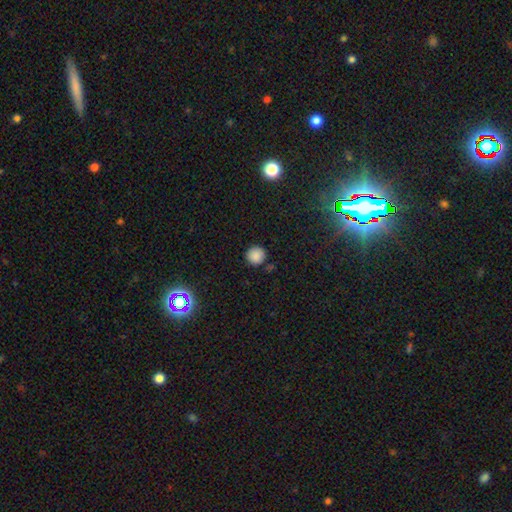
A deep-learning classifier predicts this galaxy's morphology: smooth_or_featured: smooth (p=0.86) [alt: star or artifact p=0.11]
how_rounded: round (p=0.94) [alt: in between p=0.05]
merging: none (p=0.87) [alt: minor disturbance p=0.08]